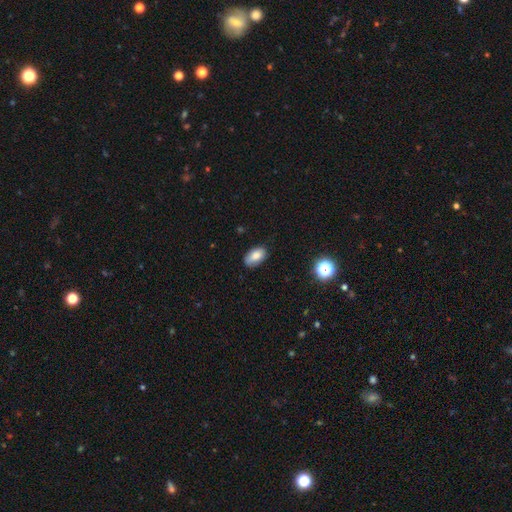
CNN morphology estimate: Overall: smooth (82%). How rounded: in between (93%). Merging: none (81%).